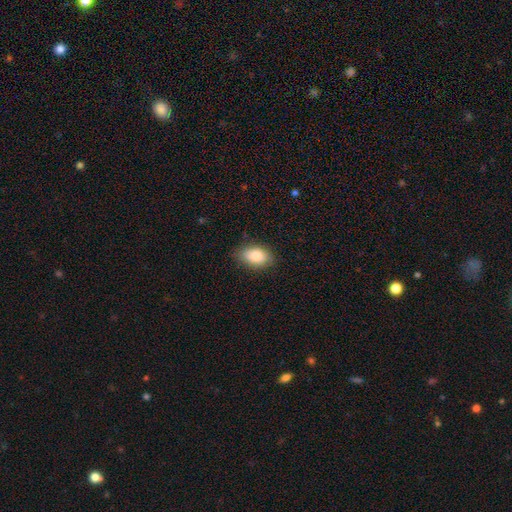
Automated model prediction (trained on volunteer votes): smooth_or_featured: smooth (p=0.84) [alt: featured or disk p=0.09]
how_rounded: in between (p=0.89) [alt: round p=0.09]
merging: none (p=0.83) [alt: minor disturbance p=0.13]